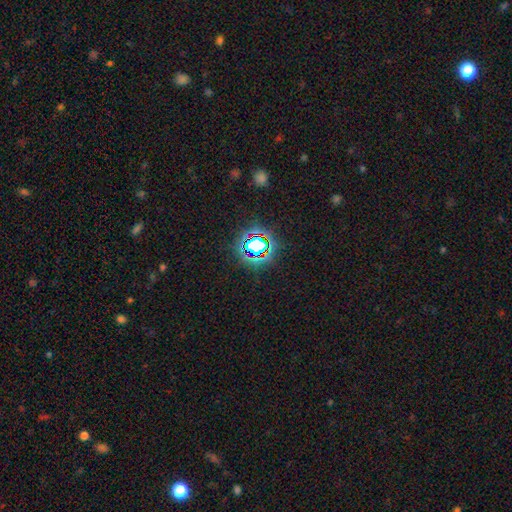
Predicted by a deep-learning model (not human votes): This is likely a star or artifact rather than a galaxy (78%).